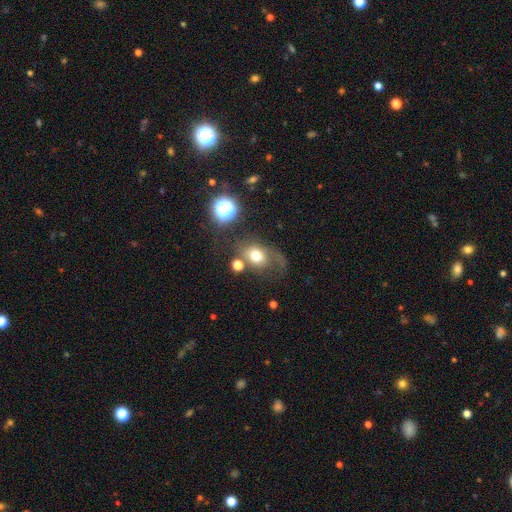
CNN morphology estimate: Smooth or featured? Predicted: smooth (p=0.63). How rounded? Predicted: in between (p=0.53). Merging? Predicted: none (p=0.37).